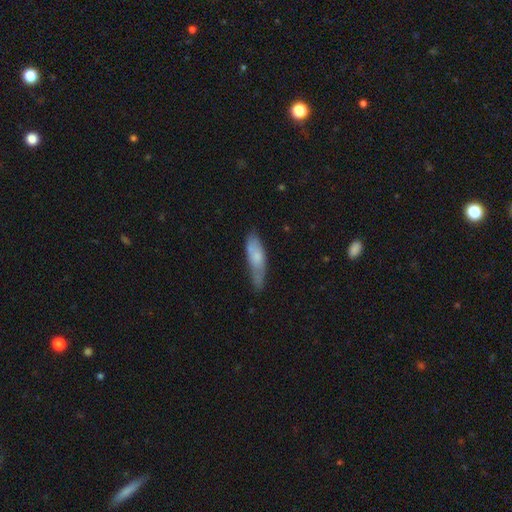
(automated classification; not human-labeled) smooth_or_featured: smooth (p=0.65) [alt: featured or disk p=0.29]
how_rounded: cigar-shaped (p=0.58) [alt: in between p=0.41]
merging: none (p=0.56) [alt: minor disturbance p=0.32]